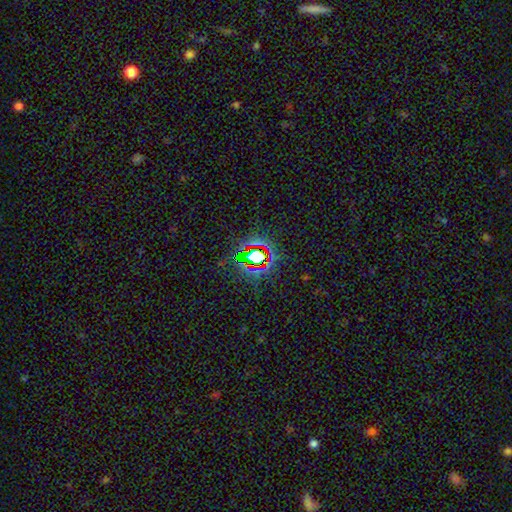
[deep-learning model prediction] Q: Smooth or featured?
A: star or artifact (74%); runner-up: smooth (16%)